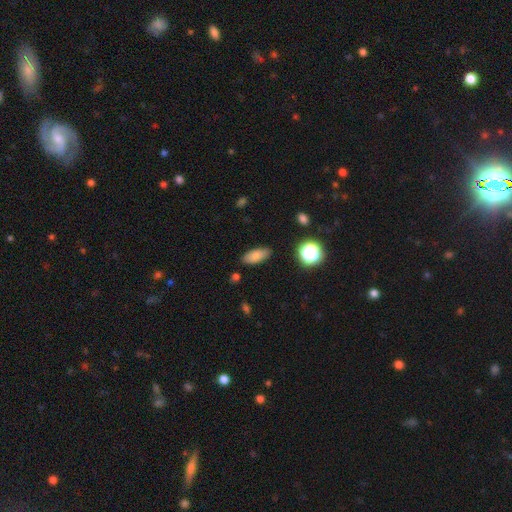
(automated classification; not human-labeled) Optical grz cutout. It shows a smooth galaxy with no disk features (80%) that is in between round and cigar-shaped (79%). Merging: none (85%).